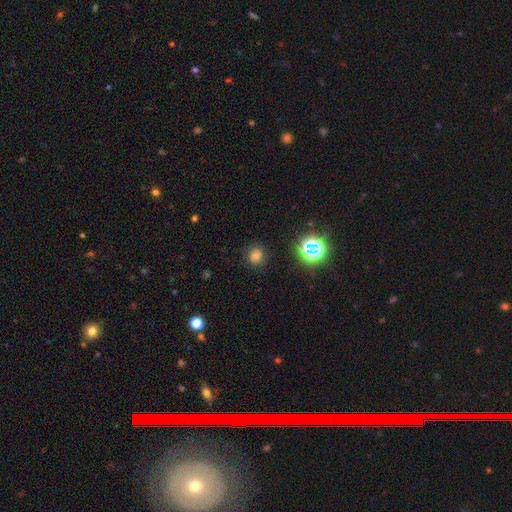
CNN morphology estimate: This appears to be a smooth galaxy with no disk features (63%) that is round (80%). Merging: none (79%).